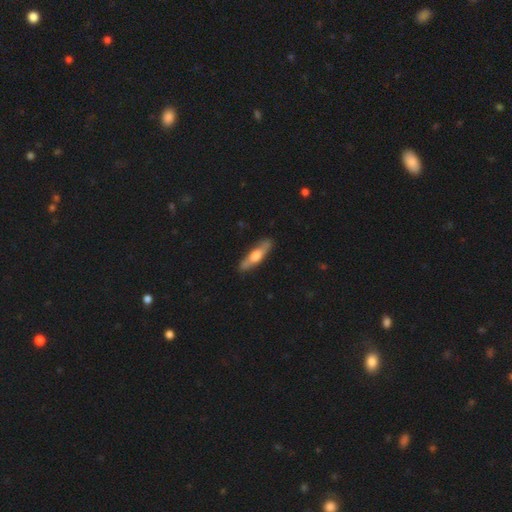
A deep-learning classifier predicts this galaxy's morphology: Q: Smooth or featured?
A: featured or disk (49%); runner-up: smooth (46%)
Q: Merging?
A: none (84%); runner-up: minor disturbance (12%)